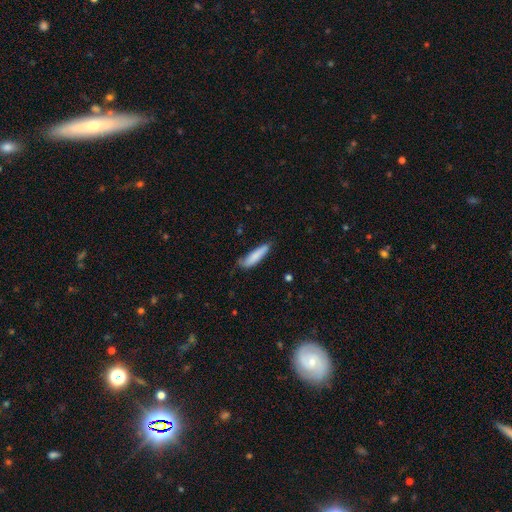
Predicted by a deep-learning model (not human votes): smooth 81%, featured or disk 14%, star or artifact 6%. Down the decision tree: how rounded — cigar-shaped (77%); merging — none (60%).